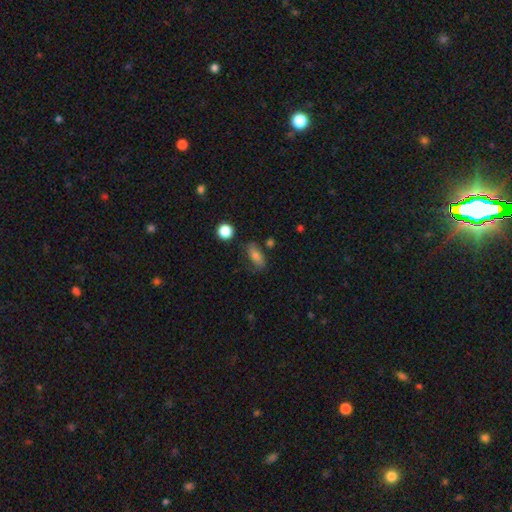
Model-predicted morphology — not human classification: Smooth or featured?
  - smooth: 70% *
  - featured or disk: 20%
  - star or artifact: 10%
How rounded?
  - in between: 81% *
  - cigar-shaped: 10%
  - round: 9%
Merging?
  - none: 66% *
  - minor disturbance: 22%
  - major disturbance: 8%
  - merger: 4%